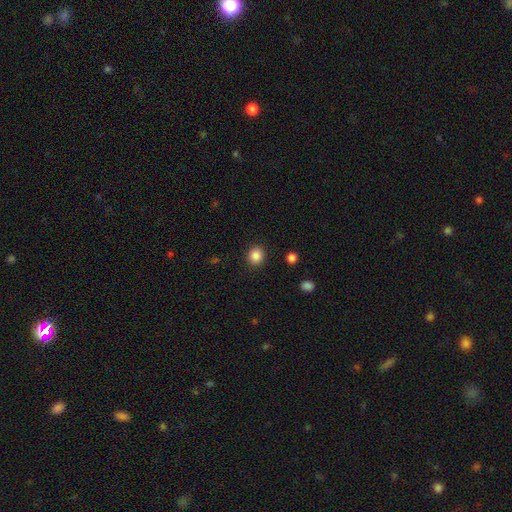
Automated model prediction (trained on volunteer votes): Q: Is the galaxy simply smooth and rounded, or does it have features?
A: smooth — 86%.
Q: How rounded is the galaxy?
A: round — 83%.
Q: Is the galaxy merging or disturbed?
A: none — 91%.